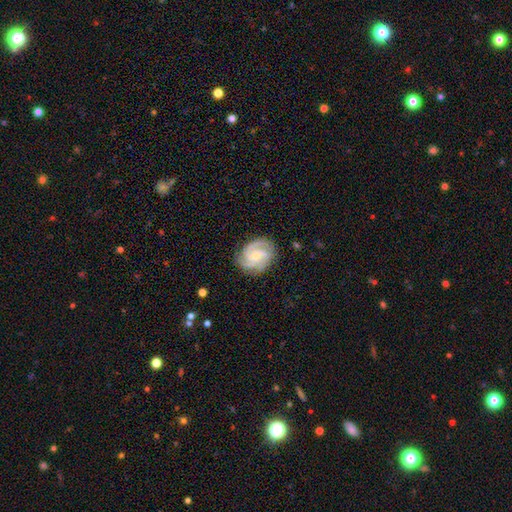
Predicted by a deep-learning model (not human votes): Smooth or featured: featured or disk — 84% (smooth — 10%)
Edge-on disk: no — 98% (yes — 2%)
Bar: no — 62% (weak — 32%)
Spiral arms: yes — 97% (no — 3%)
Spiral winding: medium — 45% (tied with tight — 45%)
Spiral arm count: 3 — 52% (2 — 17%)
Bulge size: small — 64% (moderate — 30%)
Merging: none — 79% (minor disturbance — 15%)